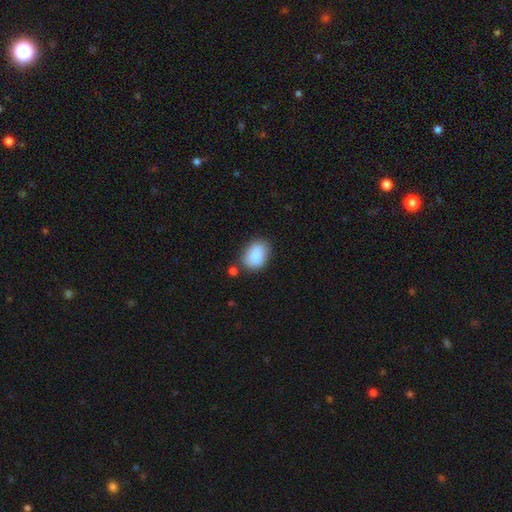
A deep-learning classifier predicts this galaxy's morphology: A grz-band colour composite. It shows a smooth galaxy with no disk features (85%) that is in between round and cigar-shaped (81%). Merging: none (62%).